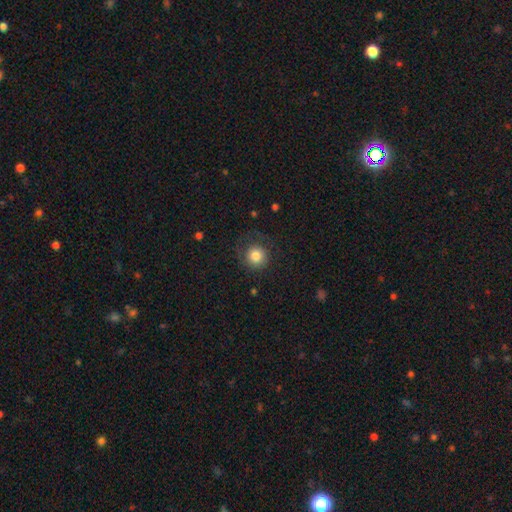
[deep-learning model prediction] Overall: smooth (81%). How rounded: round (92%). Merging: none (70%).